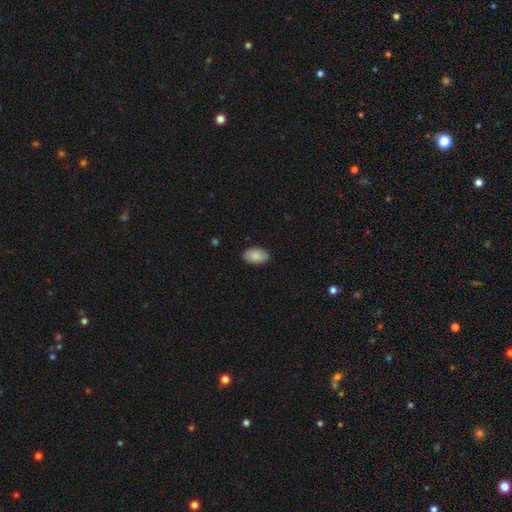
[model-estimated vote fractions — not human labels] Q: Smooth or featured?
A: smooth (87%); runner-up: star or artifact (7%)
Q: How rounded?
A: in between (92%); runner-up: round (7%)
Q: Merging?
A: none (87%); runner-up: minor disturbance (10%)